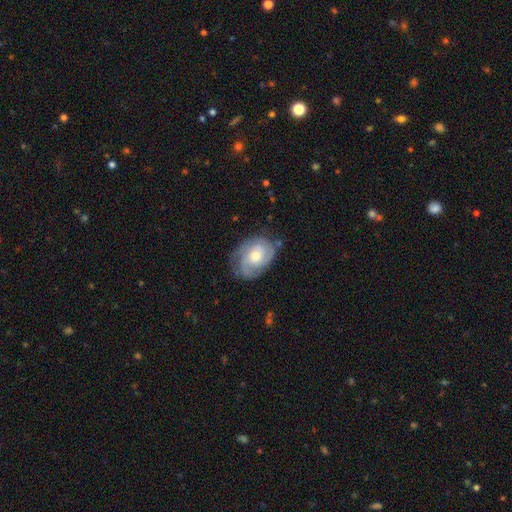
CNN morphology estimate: A featured or disk galaxy (77%) with no bar (69%), 2 (39%) tight (55%) spiral arms (93%) and a moderate central bulge (69%). Merging: none (70%).